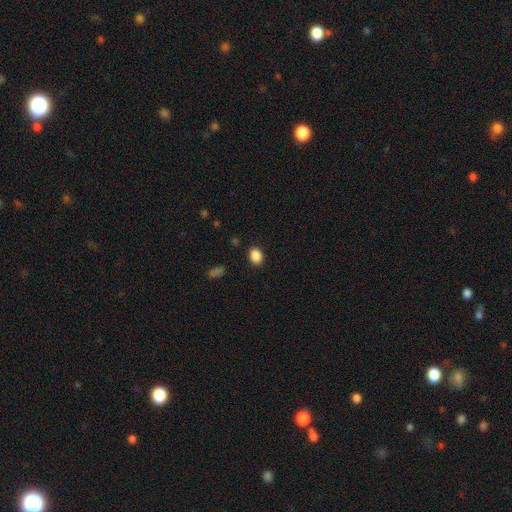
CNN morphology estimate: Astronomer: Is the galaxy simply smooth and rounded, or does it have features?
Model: smooth — 88%.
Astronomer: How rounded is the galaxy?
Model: in between — 69%.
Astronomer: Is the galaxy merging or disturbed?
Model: none — 88%.